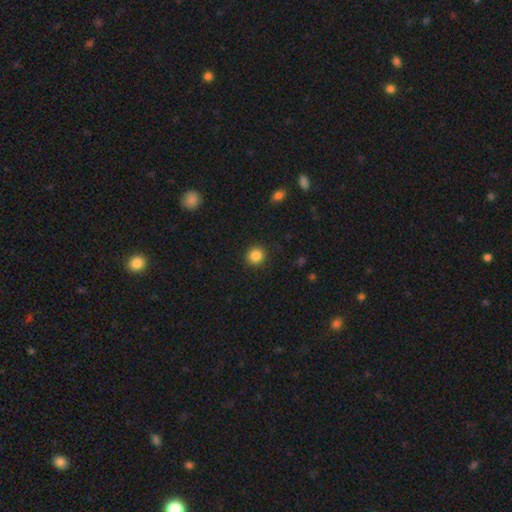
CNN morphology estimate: The model was most divided on "smooth or featured": smooth: 85%, star or artifact: 11%, featured or disk: 4%. More confident: how rounded — round (91%); merging — none (91%).